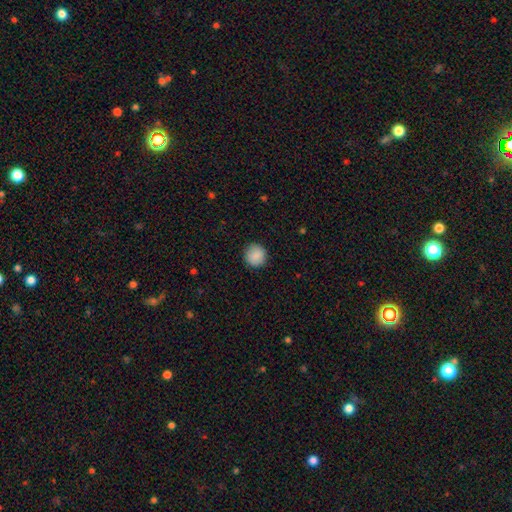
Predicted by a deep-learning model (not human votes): A smooth galaxy with no disk features (89%) that is round (94%). Merging: none (90%).